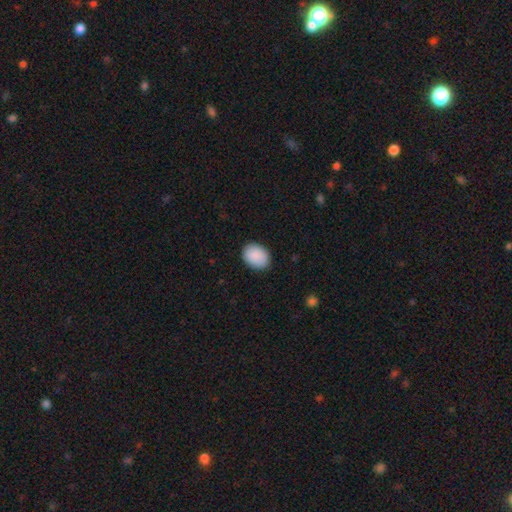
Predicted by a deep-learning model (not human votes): Overall: smooth (90%). How rounded: in between (67%; round 32%). Merging: none (88%).